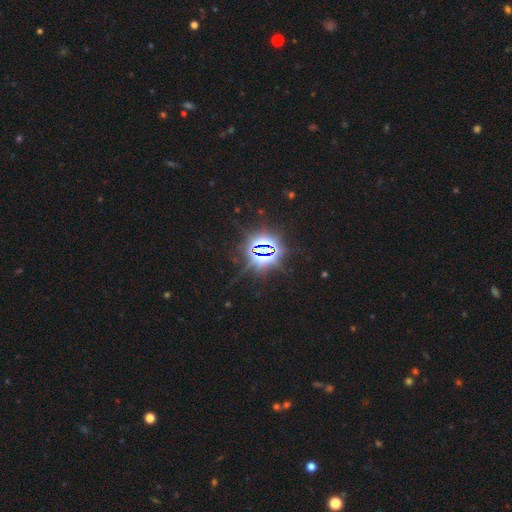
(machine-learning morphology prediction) A star or artifact, not a galaxy (84%).